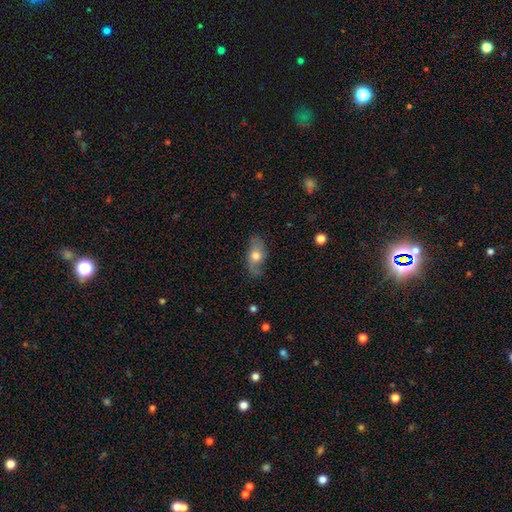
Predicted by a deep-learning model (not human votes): Morphology: type=smooth (50%); roundness=in between (81%); merging=none (74%).